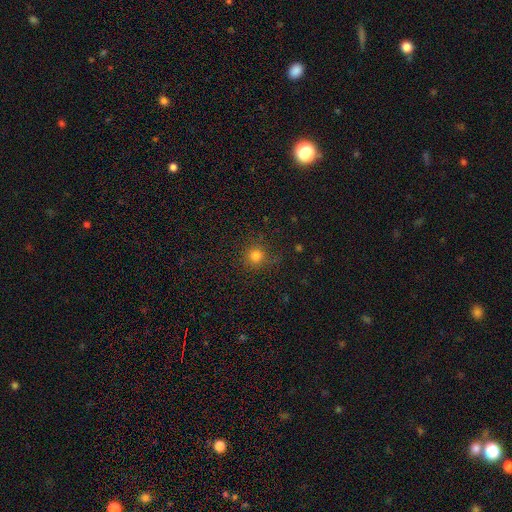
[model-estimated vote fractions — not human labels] Q: Smooth or featured?
A: smooth (80%); runner-up: star or artifact (15%)
Q: How rounded?
A: round (93%); runner-up: in between (6%)
Q: Merging?
A: none (86%); runner-up: minor disturbance (9%)